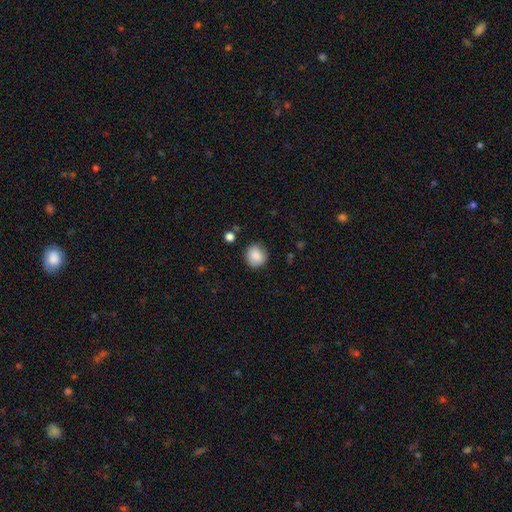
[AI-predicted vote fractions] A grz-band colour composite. It shows a smooth galaxy with no disk features (87%) that is round (85%). Merging: none (84%).